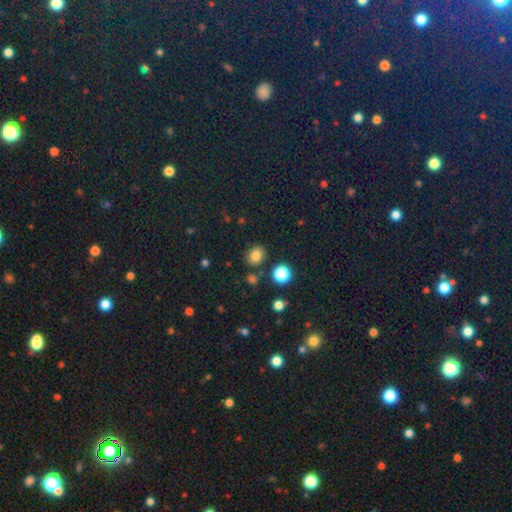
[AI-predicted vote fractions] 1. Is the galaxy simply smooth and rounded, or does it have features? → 80% smooth, 15% star or artifact, 6% featured or disk.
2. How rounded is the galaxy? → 51% round, 48% in between, 1% cigar-shaped.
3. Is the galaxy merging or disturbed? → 82% none, 10% minor disturbance, 4% merger, 3% major disturbance.